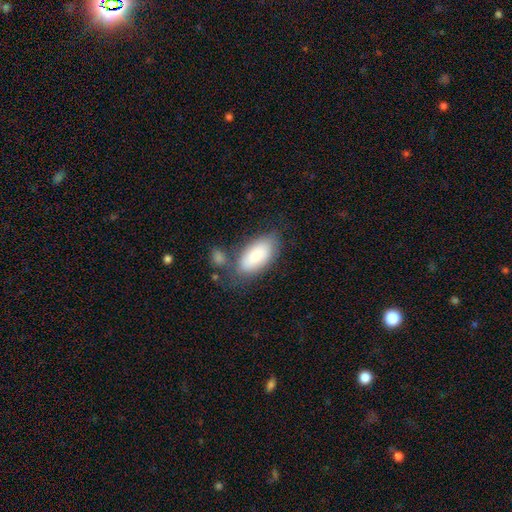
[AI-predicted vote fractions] Overall: smooth (82%). How rounded: in between (92%). Merging: none (60%; minor disturbance 20%).